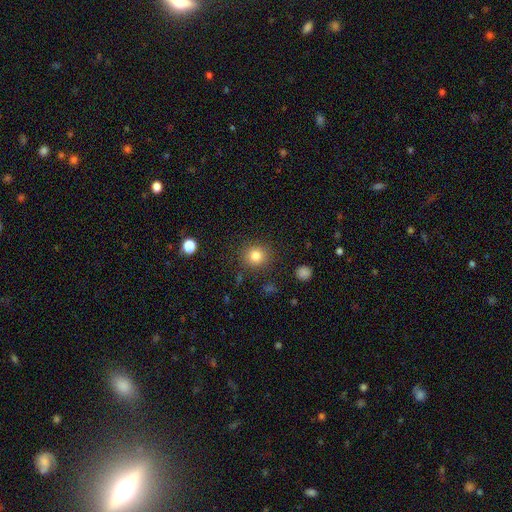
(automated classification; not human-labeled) Q: Smooth or featured?
A: smooth (82%); runner-up: star or artifact (12%)
Q: How rounded?
A: round (89%); runner-up: in between (10%)
Q: Merging?
A: none (87%); runner-up: minor disturbance (8%)